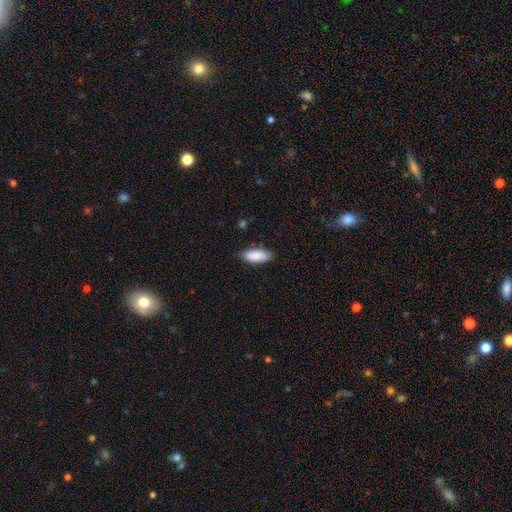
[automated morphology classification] The model was most divided on "merging": none: 82%, minor disturbance: 14%, major disturbance: 2%, merger: 1%. More confident: smooth or featured — smooth (89%); how rounded — in between (83%).